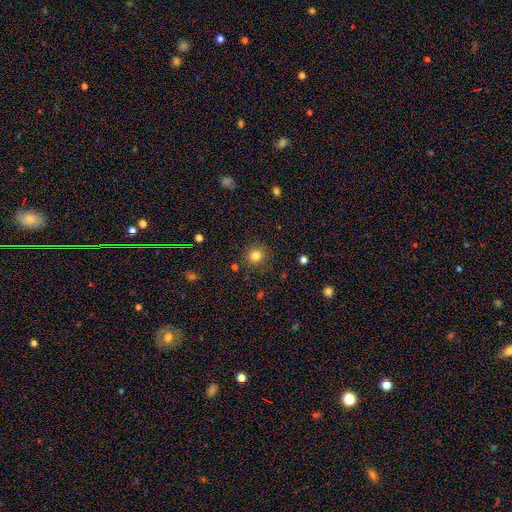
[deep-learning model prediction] The model was most divided on "smooth or featured": smooth: 81%, star or artifact: 13%, featured or disk: 6%. More confident: how rounded — round (92%); merging — none (88%).